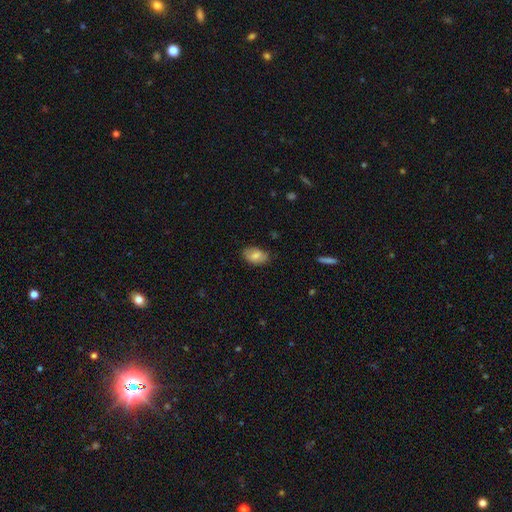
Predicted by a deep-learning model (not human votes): Smooth or featured?
  - smooth: 75% *
  - featured or disk: 18%
  - star or artifact: 7%
How rounded?
  - in between: 91% *
  - round: 8%
  - cigar-shaped: 2%
Merging?
  - none: 76% *
  - minor disturbance: 19%
  - major disturbance: 4%
  - merger: 1%